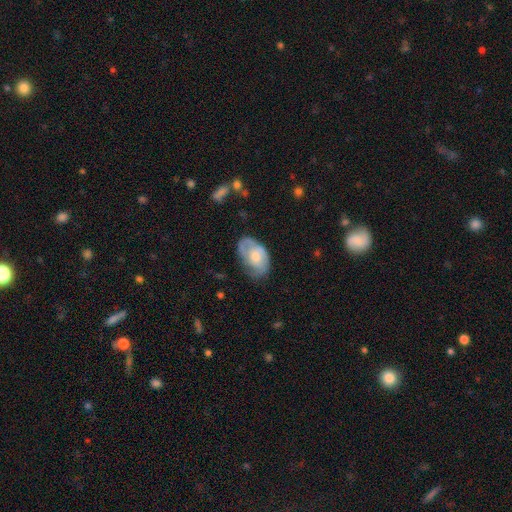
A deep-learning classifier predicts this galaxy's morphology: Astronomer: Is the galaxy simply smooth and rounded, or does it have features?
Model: featured or disk — 49% (runner-up: smooth, 45%).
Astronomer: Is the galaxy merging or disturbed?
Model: none — 51% (runner-up: minor disturbance, 32%).